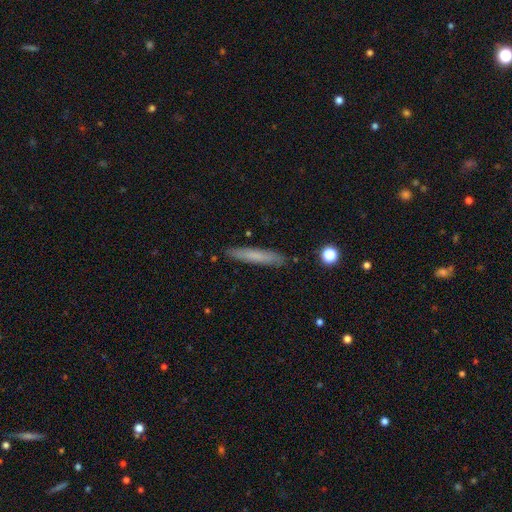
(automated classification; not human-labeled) A smooth galaxy with no disk features (68%) that is cigar-shaped (93%). Merging: none (87%).